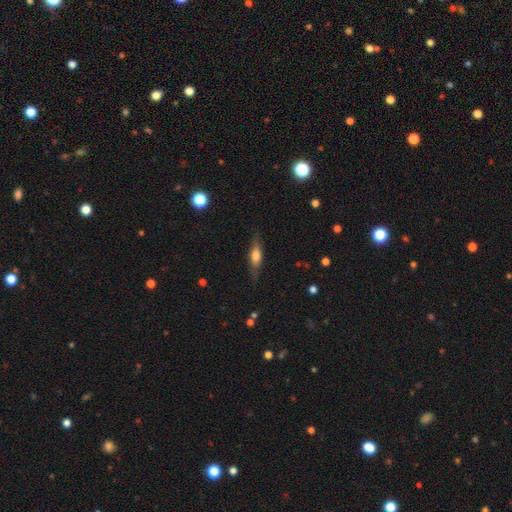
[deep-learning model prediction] Smooth or featured: smooth — 49% (featured or disk — 44%)
Merging: none — 80% (minor disturbance — 15%)